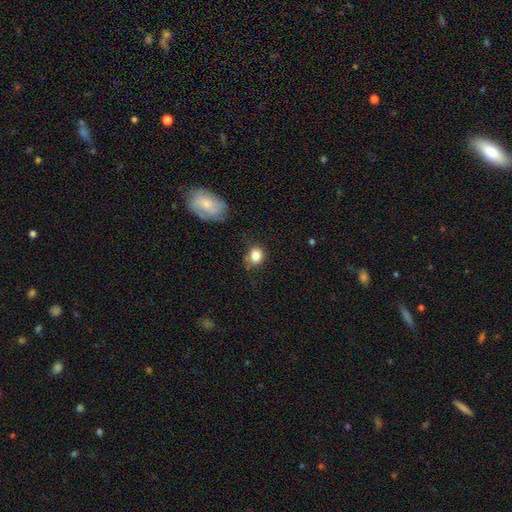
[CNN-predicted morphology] This appears to be a smooth galaxy with no disk features (83%) that is round (62%). Merging: none (59%).